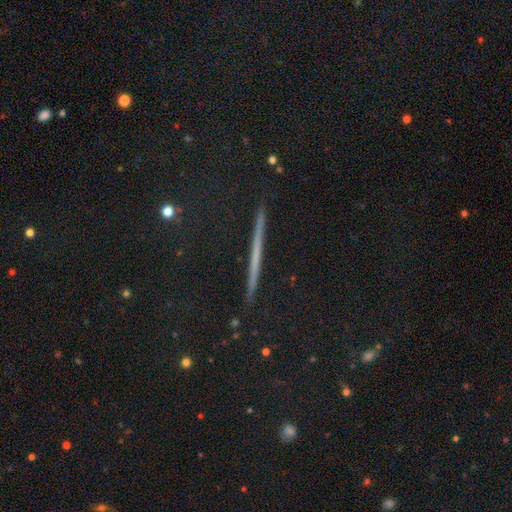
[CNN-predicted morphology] featured or disk 41%, star or artifact 32%, smooth 27%. Down the decision tree: merging — none (91%).